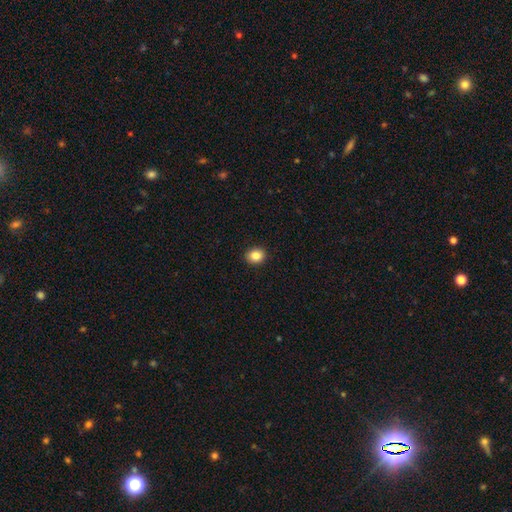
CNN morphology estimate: This is clearly a smooth galaxy (86%). How rounded: likely round (63%). Merging: clearly none (92%).